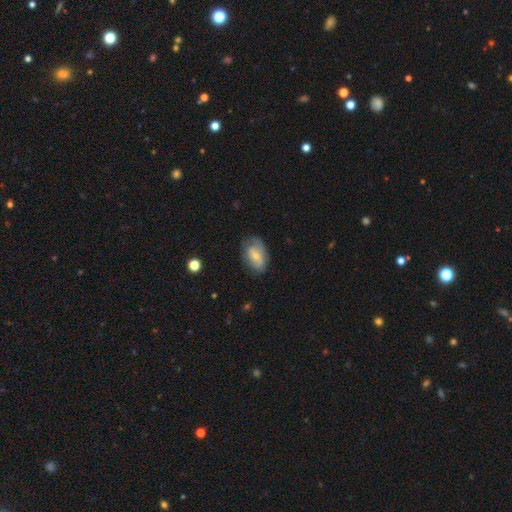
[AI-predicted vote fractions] Overall: smooth (56%; featured or disk 36%). How rounded: in between (88%). Merging: none (63%; minor disturbance 27%).